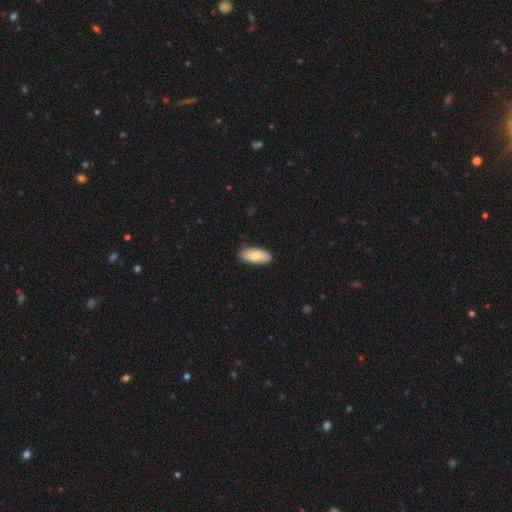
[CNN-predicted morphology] A smooth galaxy with no disk features (74%) that is in between round and cigar-shaped (88%). Merging: none (88%).